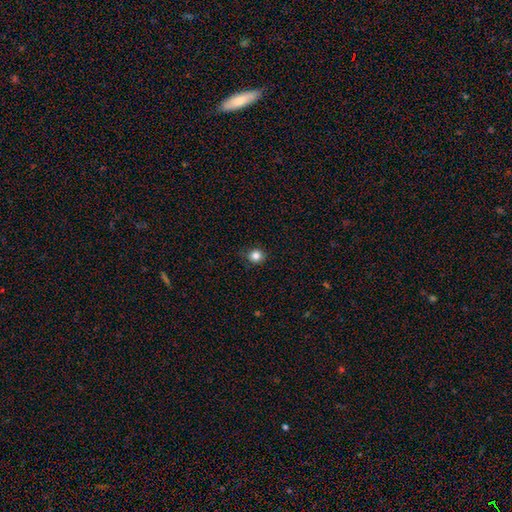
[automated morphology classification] A smooth galaxy with no disk features (83%) that is round (88%). Merging: none (87%).